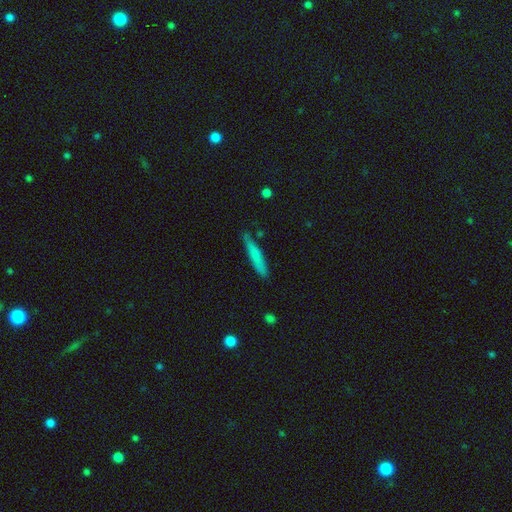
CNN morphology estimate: Smooth or featured: smooth — 73% (featured or disk — 20%)
How rounded: cigar-shaped — 93% (in between — 6%)
Merging: none — 79% (minor disturbance — 16%)